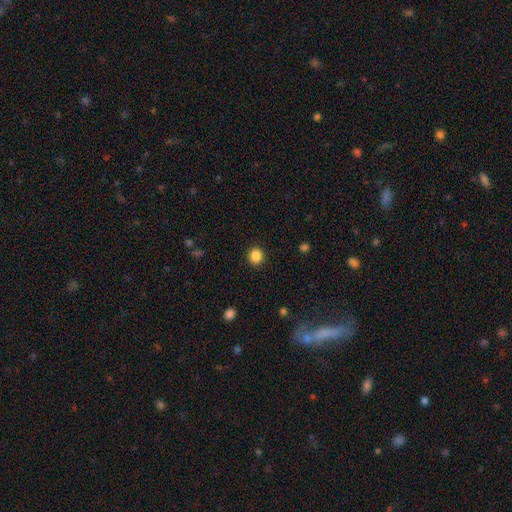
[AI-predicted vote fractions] A smooth galaxy with no disk features (86%) that is round (85%). Merging: none (91%).